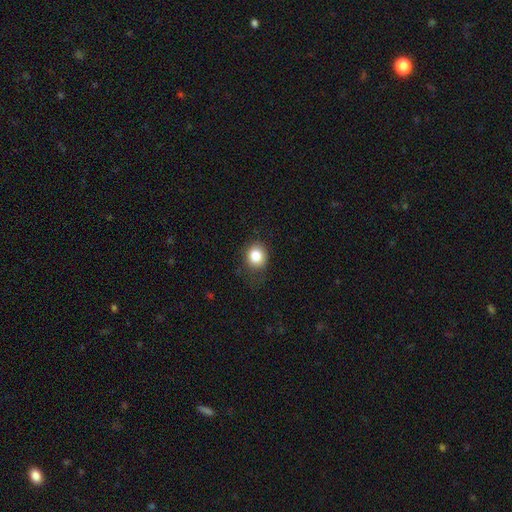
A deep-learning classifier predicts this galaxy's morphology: smooth 84%, star or artifact 10%, featured or disk 6%. Down the decision tree: how rounded — round (69%); merging — none (71%).